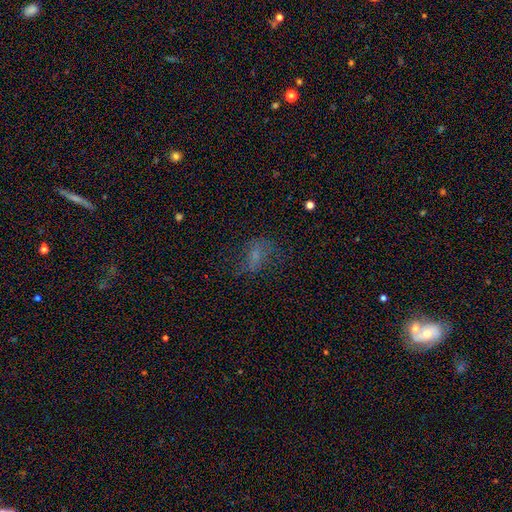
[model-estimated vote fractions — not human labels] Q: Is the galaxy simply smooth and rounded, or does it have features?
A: smooth — 46%.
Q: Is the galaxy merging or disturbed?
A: none — 50%.